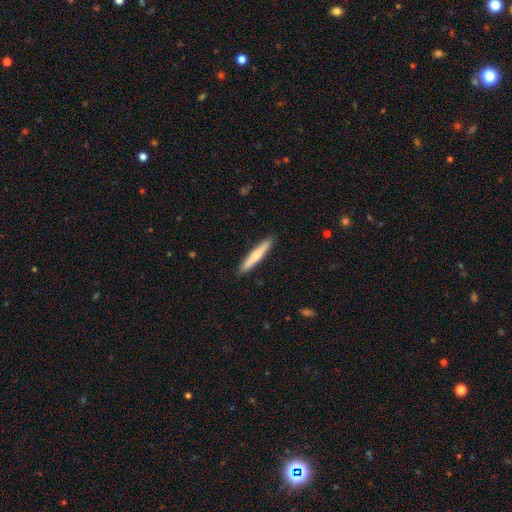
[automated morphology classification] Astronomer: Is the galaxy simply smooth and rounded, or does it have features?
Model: smooth — 66%.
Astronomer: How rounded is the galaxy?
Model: cigar-shaped — 94%.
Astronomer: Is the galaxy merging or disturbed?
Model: none — 90%.